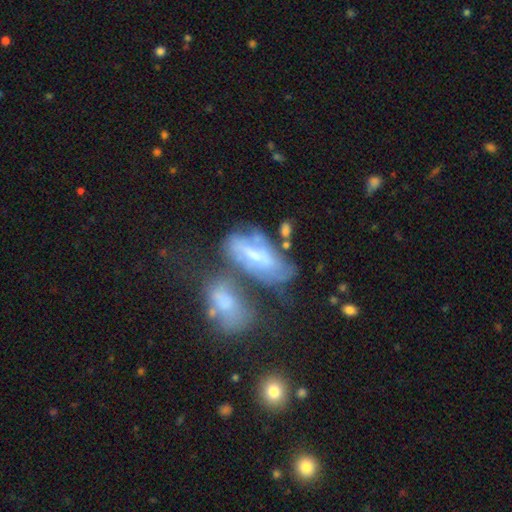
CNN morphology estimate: Smooth or featured?
  - featured or disk: 58% *
  - smooth: 33%
  - star or artifact: 9%
Edge-on disk?
  - no: 88% *
  - yes: 12%
Bar?
  - no: 45% *
  - weak: 38%
  - strong: 17%
Spiral arms?
  - yes: 59% *
  - no: 41%
Bulge size?
  - small: 47% *
  - moderate: 38%
  - none: 9%
  - large: 5%
  - dominant: 2%
Merging?
  - merger: 35% *
  - none: 31%
  - minor disturbance: 18%
  - major disturbance: 17%